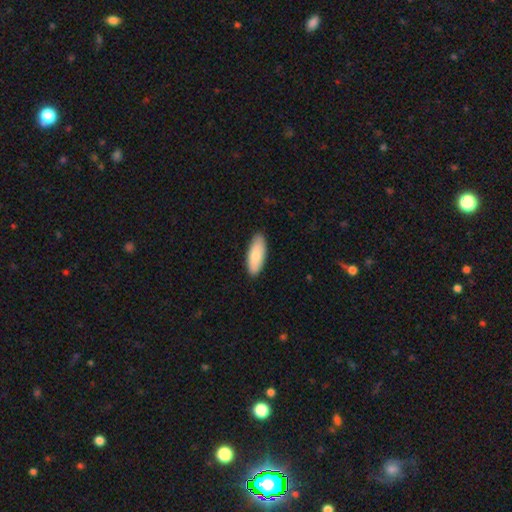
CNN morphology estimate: A smooth galaxy with no disk features (83%) that is in between round and cigar-shaped (77%). Merging: none (88%).